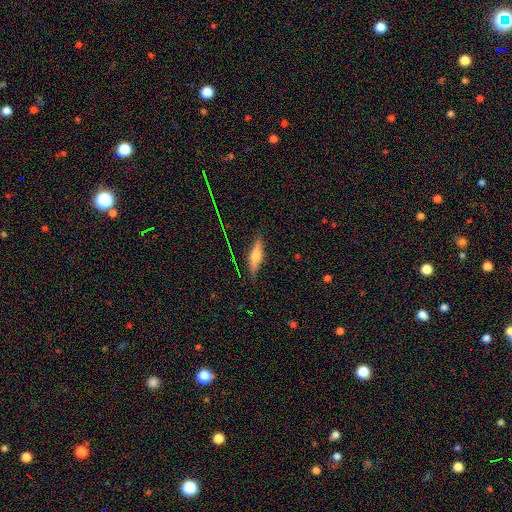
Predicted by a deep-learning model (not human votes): smooth-or-featured: smooth: 46% | featured or disk: 44% | star or artifact: 10%
  merging: none: 85% | minor disturbance: 11% | major disturbance: 2% | merger: 1%